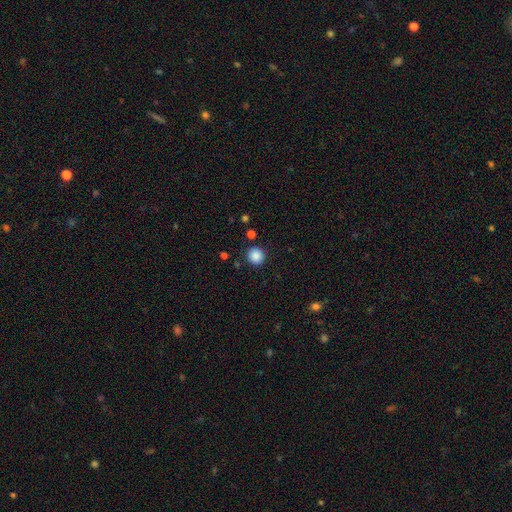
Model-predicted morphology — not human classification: Q: Smooth or featured?
A: smooth (88%); runner-up: star or artifact (9%)
Q: How rounded?
A: round (94%); runner-up: in between (5%)
Q: Merging?
A: none (89%); runner-up: minor disturbance (6%)